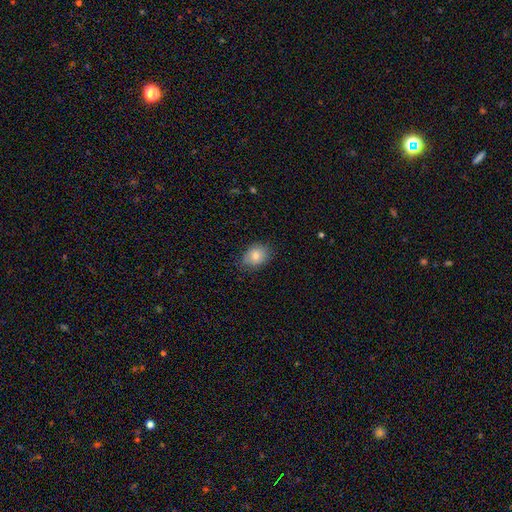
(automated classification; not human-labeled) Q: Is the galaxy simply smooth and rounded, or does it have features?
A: smooth — 80%.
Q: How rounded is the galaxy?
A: in between — 61%.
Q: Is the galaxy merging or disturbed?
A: none — 75%.